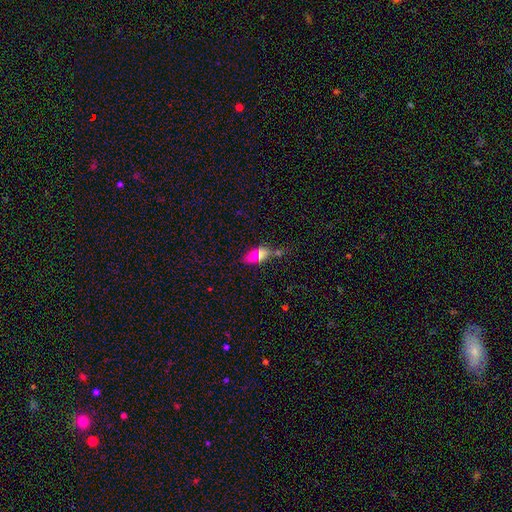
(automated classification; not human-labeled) Q: Smooth or featured?
A: smooth (61%); runner-up: star or artifact (21%)
Q: How rounded?
A: in between (72%); runner-up: cigar-shaped (21%)
Q: Merging?
A: none (60%); runner-up: minor disturbance (19%)